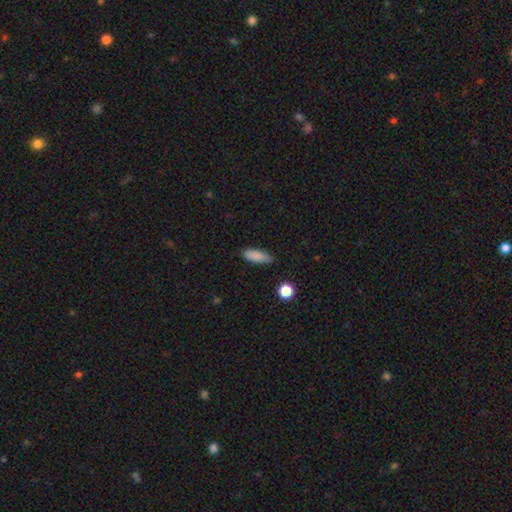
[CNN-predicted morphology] This appears to be a smooth galaxy with no disk features (86%) that is in between round and cigar-shaped (59%). Merging: none (83%).